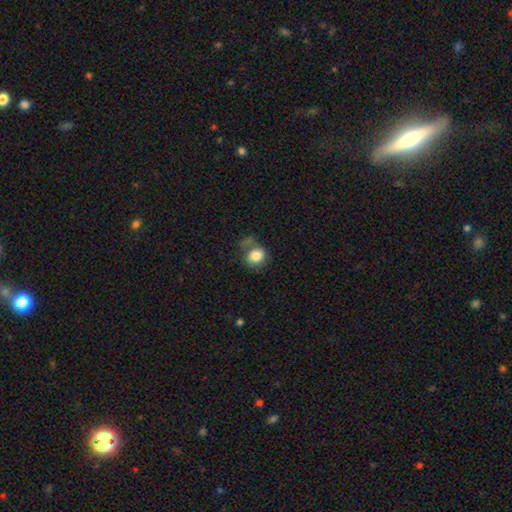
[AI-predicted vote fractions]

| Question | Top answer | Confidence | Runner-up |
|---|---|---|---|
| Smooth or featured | smooth | 81% | featured or disk (10%) |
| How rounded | round | 70% | in between (29%) |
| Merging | none | 48% | minor disturbance (24%) |